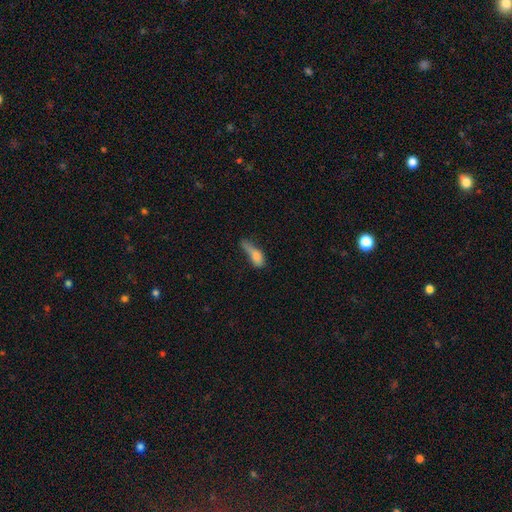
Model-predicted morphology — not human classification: A smooth galaxy with no disk features (72%) that is in between round and cigar-shaped (55%). Merging: major disturbance (36%).